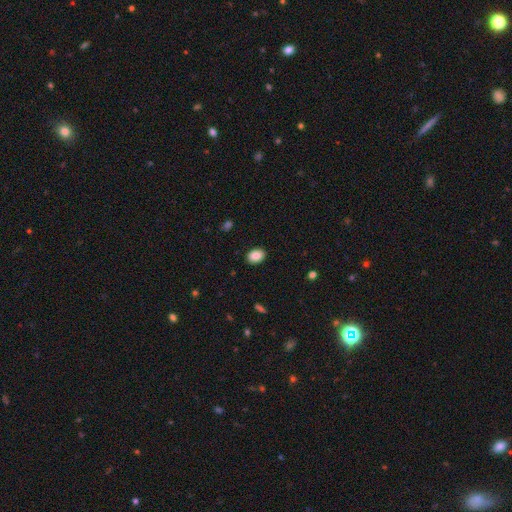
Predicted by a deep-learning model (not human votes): Overall: smooth (88%). How rounded: in between (76%). Merging: none (89%).